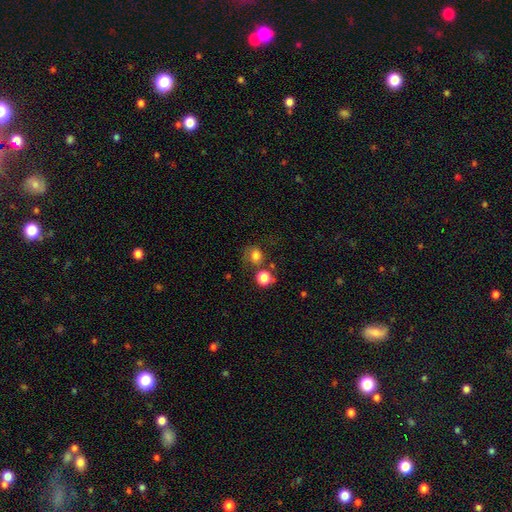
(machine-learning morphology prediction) This is likely a smooth galaxy (75%). How rounded: likely round (72%). Merging: possibly none (51%).